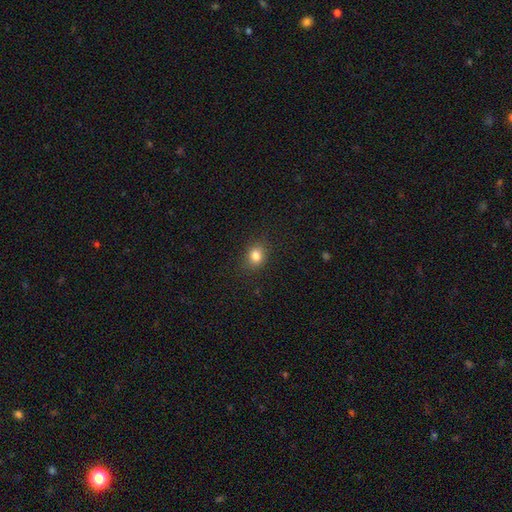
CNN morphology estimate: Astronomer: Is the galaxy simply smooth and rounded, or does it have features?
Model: smooth — 82%.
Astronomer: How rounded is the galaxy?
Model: round — 57% (runner-up: in between, 42%).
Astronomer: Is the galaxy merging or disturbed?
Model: none — 86%.